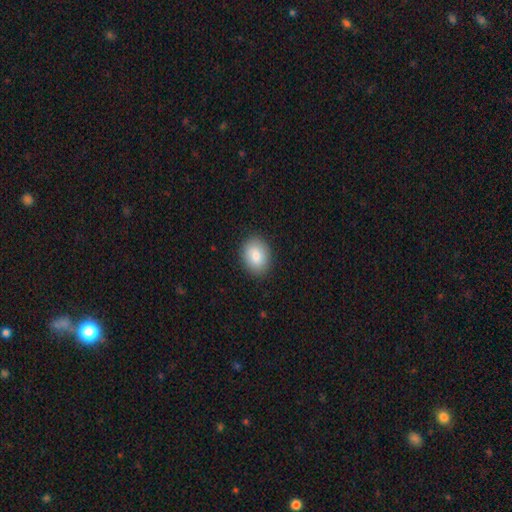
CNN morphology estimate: Smooth or featured? smooth (83%)
How rounded? in between (65%)
Merging? none (88%)